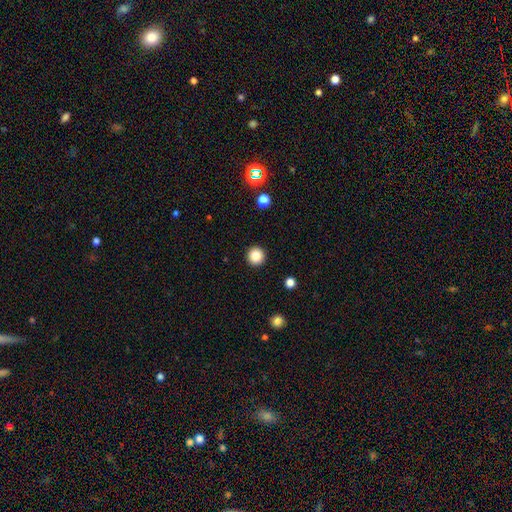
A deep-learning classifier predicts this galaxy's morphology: This appears to be a smooth galaxy with no disk features (86%) that is round (96%). Merging: none (93%).